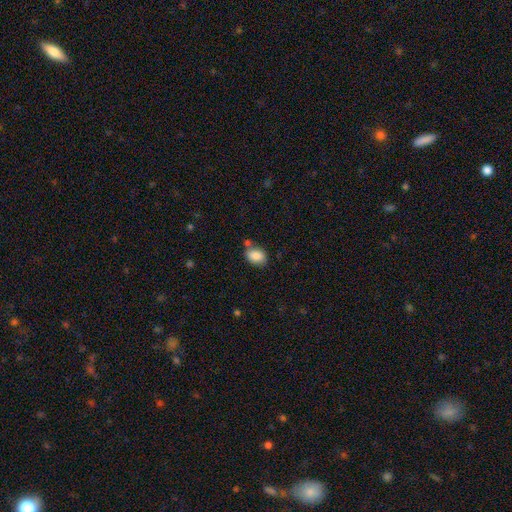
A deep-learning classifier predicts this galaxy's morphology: Q: Smooth or featured?
A: smooth (84%); runner-up: star or artifact (8%)
Q: How rounded?
A: in between (75%); runner-up: round (23%)
Q: Merging?
A: none (62%); runner-up: minor disturbance (19%)